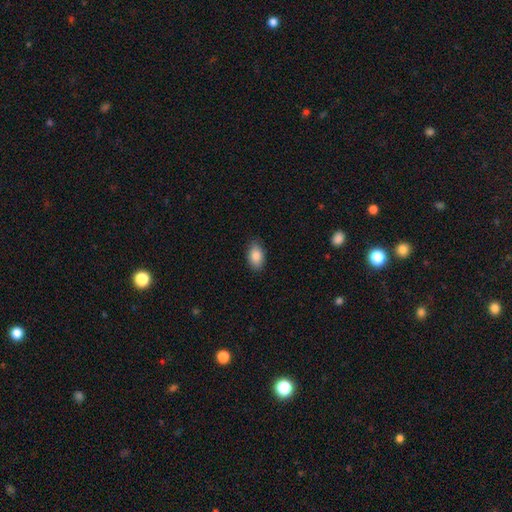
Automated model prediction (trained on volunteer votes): A smooth galaxy with no disk features (87%) that is in between round and cigar-shaped (91%). Merging: none (86%).